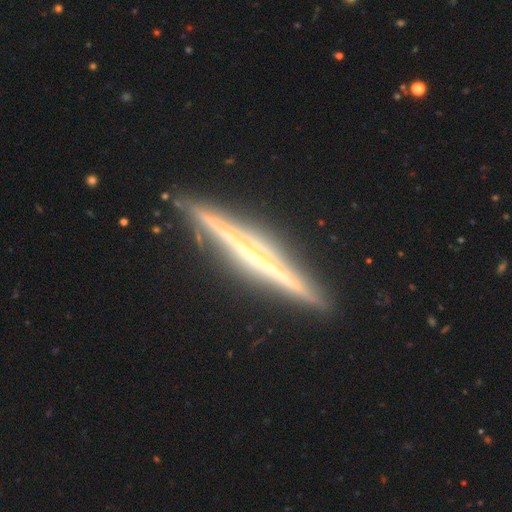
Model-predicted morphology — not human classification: type=featured or disk (85%); edge-on=yes (98%); edge-on bulge=none (51%); merging=none (90%).